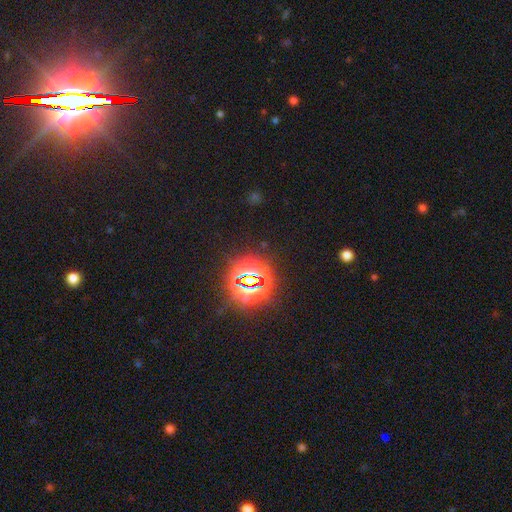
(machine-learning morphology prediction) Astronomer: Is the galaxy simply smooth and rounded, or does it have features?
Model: star or artifact — 83%.